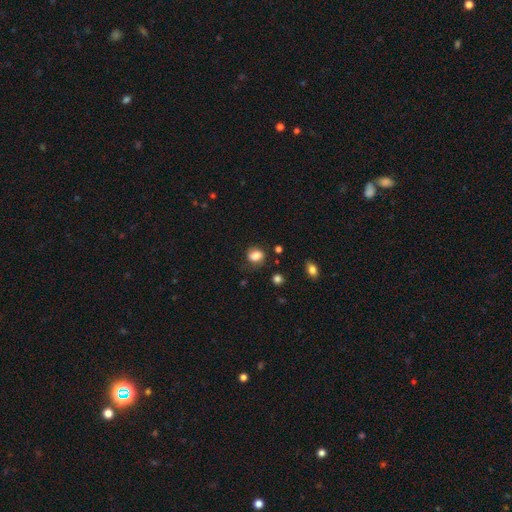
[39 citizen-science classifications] Smooth or featured: smooth — 82% (star or artifact — 10%)
How rounded: round — 62% (in between — 38%)
Merging: none — 63% (minor disturbance — 29%)